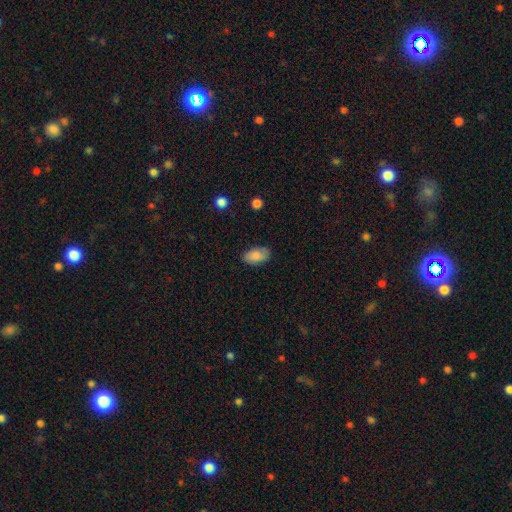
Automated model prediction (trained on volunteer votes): smooth_or_featured: smooth (p=0.86) [alt: featured or disk p=0.07]
how_rounded: in between (p=0.94) [alt: round p=0.04]
merging: none (p=0.82) [alt: minor disturbance p=0.14]